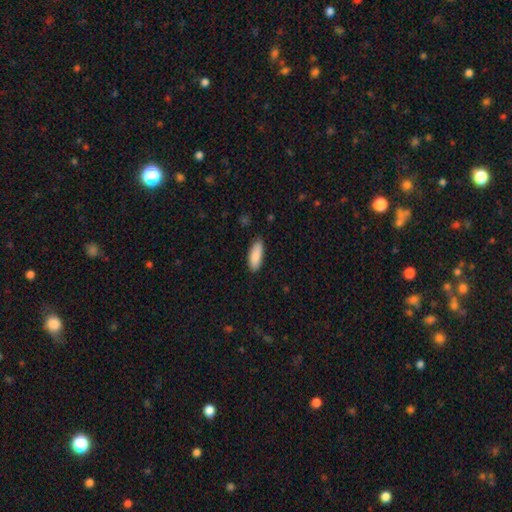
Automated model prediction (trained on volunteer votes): Q: Smooth or featured?
A: smooth (87%); runner-up: featured or disk (7%)
Q: How rounded?
A: in between (72%); runner-up: cigar-shaped (27%)
Q: Merging?
A: none (82%); runner-up: minor disturbance (14%)